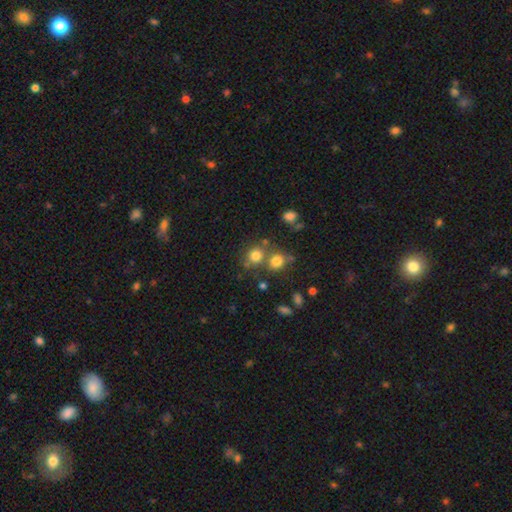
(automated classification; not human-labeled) Morphology: type=smooth (76%); roundness=round (82%); merging=none (58%).